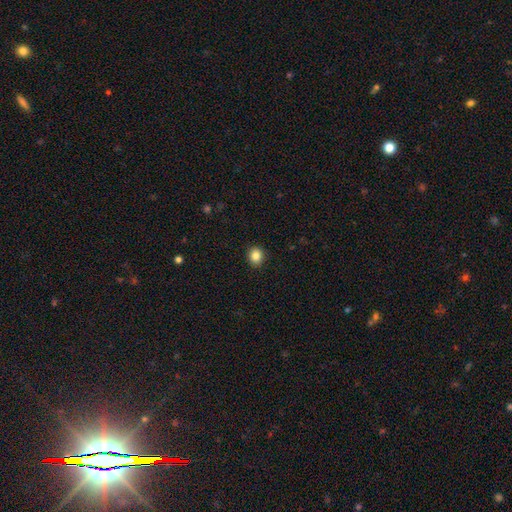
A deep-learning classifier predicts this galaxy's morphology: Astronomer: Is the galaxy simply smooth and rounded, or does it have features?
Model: smooth — 85%.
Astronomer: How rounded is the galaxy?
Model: round — 70%.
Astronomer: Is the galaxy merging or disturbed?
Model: none — 91%.